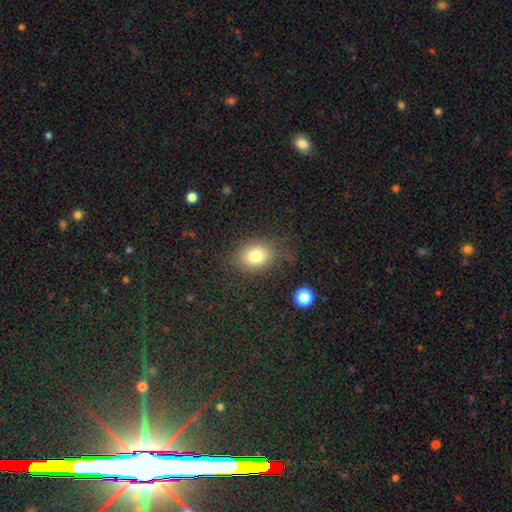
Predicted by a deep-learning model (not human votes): This appears to be a smooth galaxy with no disk features (79%) that is in between round and cigar-shaped (62%). Merging: none (79%).